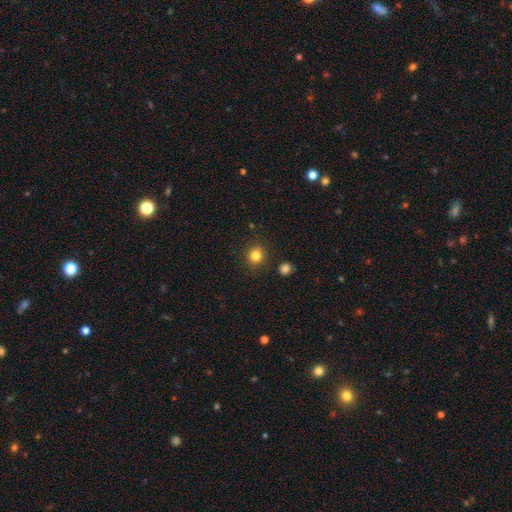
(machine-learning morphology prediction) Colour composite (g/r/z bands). It shows a smooth galaxy with no disk features (83%) that is round (89%). Merging: none (88%).